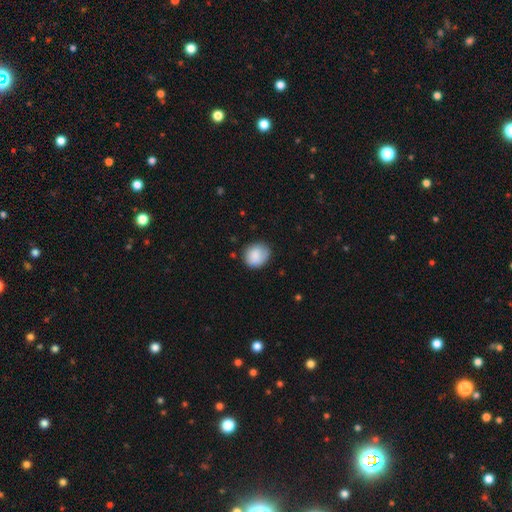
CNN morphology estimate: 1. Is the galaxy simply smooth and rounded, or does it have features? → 86% smooth, 7% star or artifact, 7% featured or disk.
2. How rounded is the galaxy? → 70% round, 29% in between, 1% cigar-shaped.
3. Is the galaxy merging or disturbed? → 76% none, 18% minor disturbance, 4% major disturbance, 2% merger.